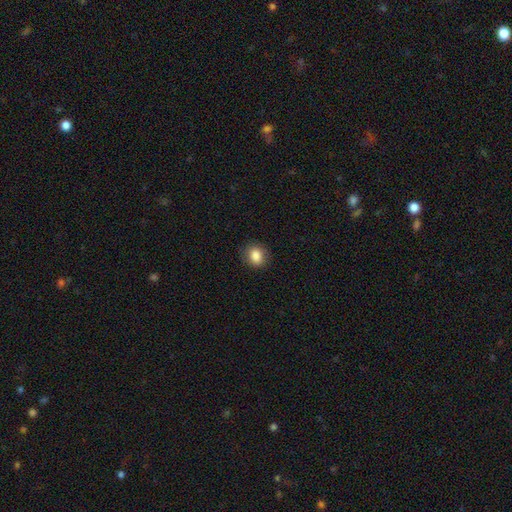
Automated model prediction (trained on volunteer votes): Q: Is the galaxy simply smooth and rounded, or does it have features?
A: smooth — 85%.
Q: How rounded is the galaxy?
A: round — 69%.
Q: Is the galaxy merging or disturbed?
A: none — 88%.